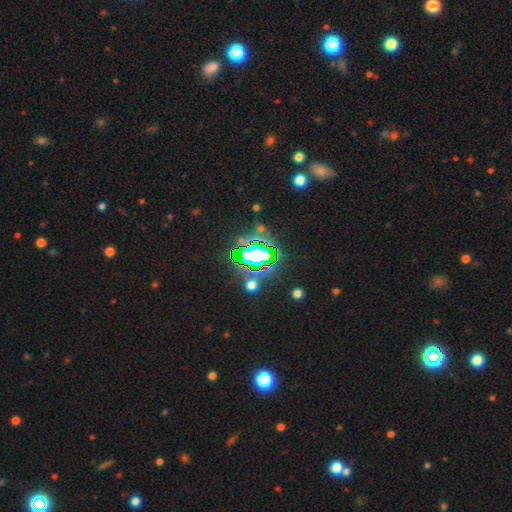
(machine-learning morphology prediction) type=star or artifact (72%).